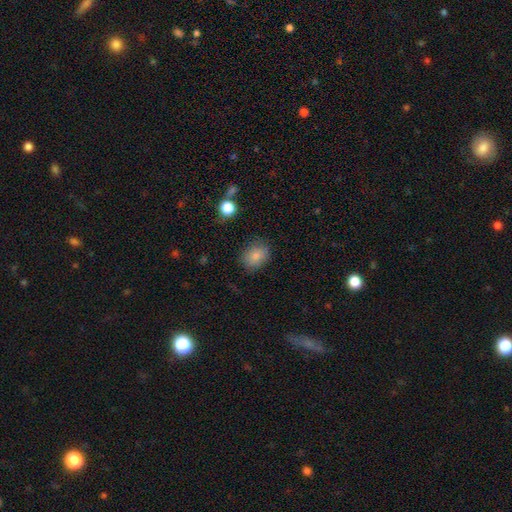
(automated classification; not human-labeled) Overall: smooth (85%). How rounded: in between (57%; round 42%). Merging: none (81%).